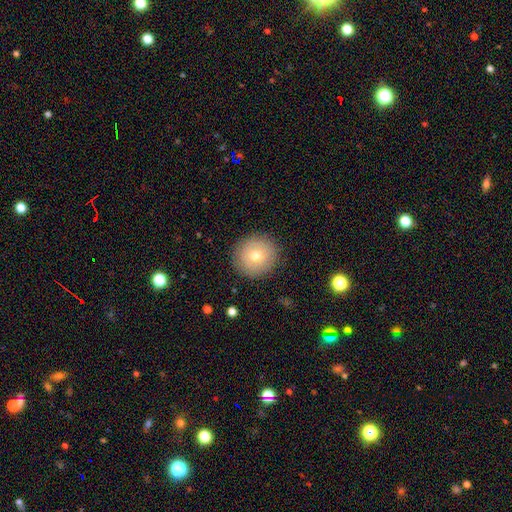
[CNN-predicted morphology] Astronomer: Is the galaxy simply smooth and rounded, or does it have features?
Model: smooth — 70%.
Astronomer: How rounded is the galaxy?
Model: round — 93%.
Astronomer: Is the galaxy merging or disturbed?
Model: none — 88%.